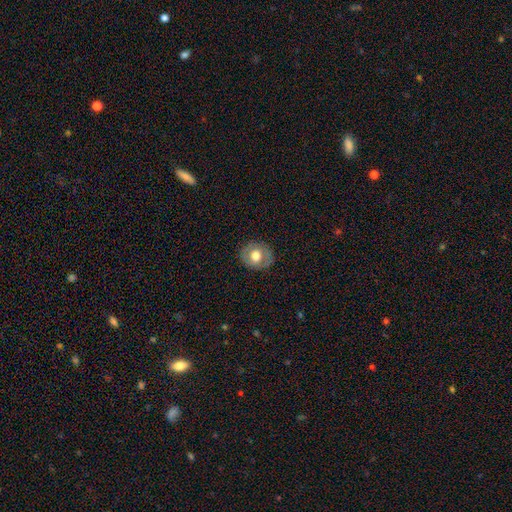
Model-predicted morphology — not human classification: smooth-or-featured: smooth: 65% | featured or disk: 27% | star or artifact: 8%
  how-rounded: round: 74% | in between: 25% | cigar-shaped: 1%
  merging: none: 86% | minor disturbance: 10% | major disturbance: 3% | merger: 1%